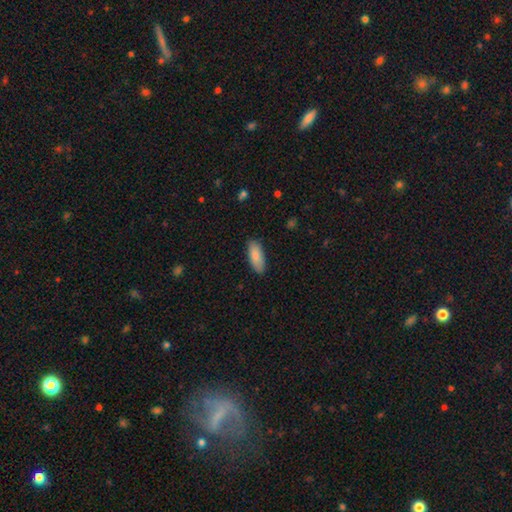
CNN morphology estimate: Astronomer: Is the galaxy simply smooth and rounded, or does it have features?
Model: smooth — 87%.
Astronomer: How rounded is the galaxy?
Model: in between — 77%.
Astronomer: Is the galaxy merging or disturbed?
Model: none — 85%.